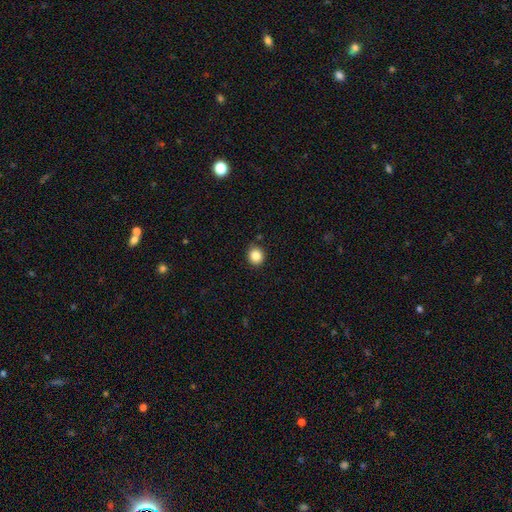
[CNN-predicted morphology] smooth 85%, star or artifact 11%, featured or disk 5%. Down the decision tree: how rounded — round (85%); merging — none (89%).